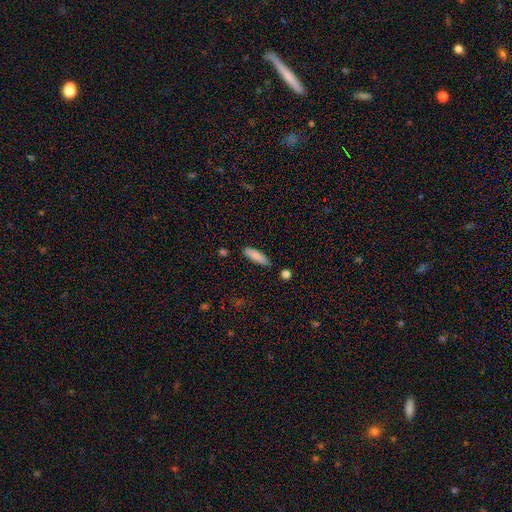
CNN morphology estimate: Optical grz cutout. It shows a smooth galaxy with no disk features (85%) that is cigar-shaped (60%). Merging: none (83%).